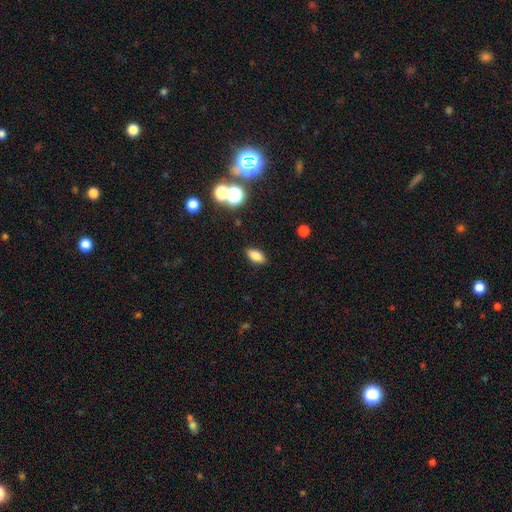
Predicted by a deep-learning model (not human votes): Smooth or featured?
  - smooth: 80% *
  - star or artifact: 11%
  - featured or disk: 9%
How rounded?
  - in between: 87% *
  - cigar-shaped: 8%
  - round: 5%
Merging?
  - none: 88% *
  - minor disturbance: 8%
  - major disturbance: 2%
  - merger: 1%